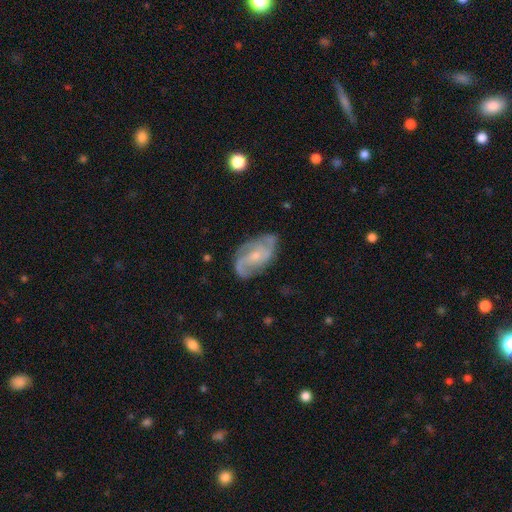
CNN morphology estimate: A featured or disk galaxy (83%) with no bar (59%), 2 (55%) medium (48%) spiral arms (95%) and a small central bulge (68%).

Vote fractions:
- Smooth or featured? featured or disk: 83% / smooth: 11% / star or artifact: 6%
- Edge-on disk? no: 97% / yes: 3%
- Bar? no: 59% / weak: 34% / strong: 8%
- Spiral arms? yes: 95% / no: 5%
- Spiral winding? medium: 48% / tight: 31% / loose: 21%
- Spiral arm count? 2: 55% / 3: 21% / can't tell: 12% / 4: 4% / 1: 4% / more than 4: 3%
- Bulge size? small: 68% / moderate: 25% / none: 4% / large: 1% / dominant: 1%
- Merging? none: 70% / minor disturbance: 21% / major disturbance: 7% / merger: 2%